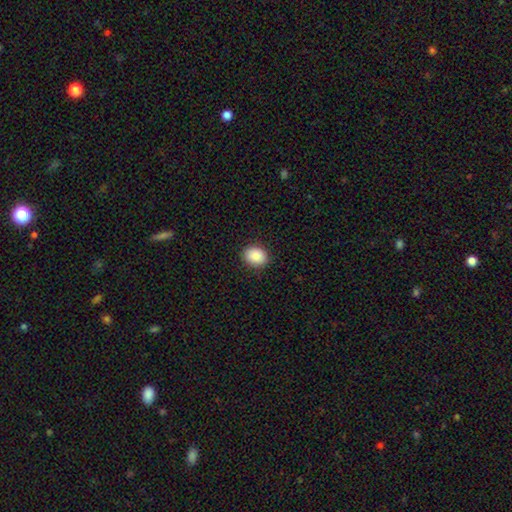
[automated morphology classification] The model was most divided on "how rounded" (2-way tie): round: 50%, in between: 50%, cigar-shaped: 1%. More confident: merging — none (89%); smooth or featured — smooth (89%).